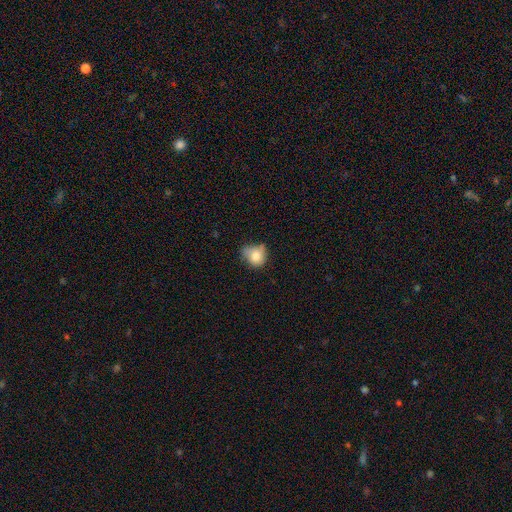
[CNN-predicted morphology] Smooth or featured? smooth (77%)
How rounded? round (62%)
Merging? minor disturbance (38%, tied with none)